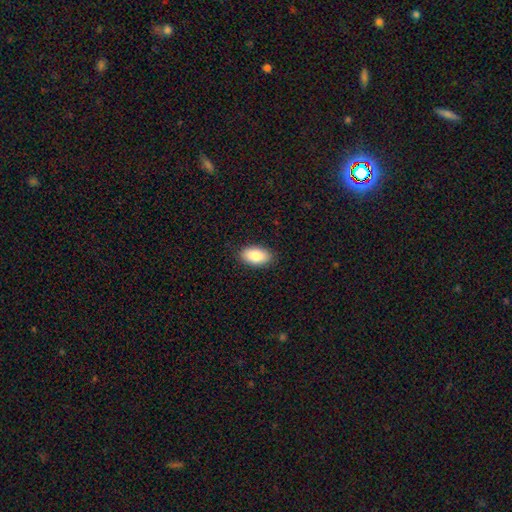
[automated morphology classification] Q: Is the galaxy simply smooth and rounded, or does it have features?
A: smooth — 86%.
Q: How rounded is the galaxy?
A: in between — 94%.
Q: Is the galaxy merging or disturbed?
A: none — 89%.